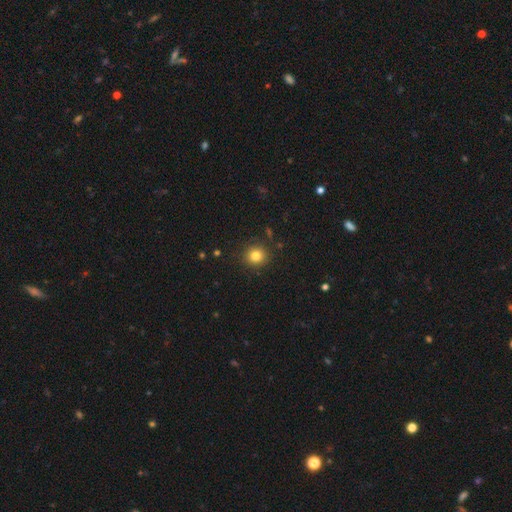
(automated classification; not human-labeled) Smooth or featured: smooth — 82% (star or artifact — 12%)
How rounded: round — 90% (in between — 9%)
Merging: none — 89% (minor disturbance — 7%)